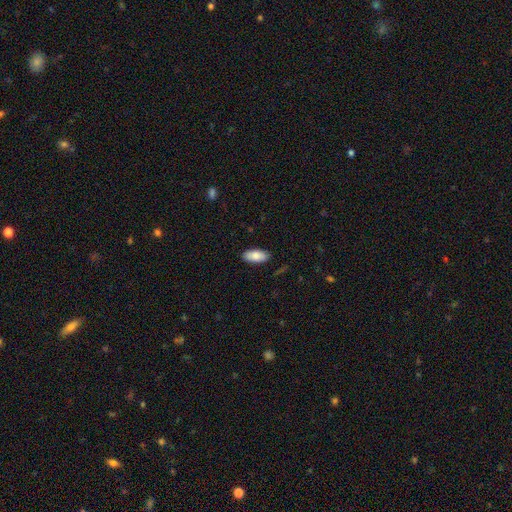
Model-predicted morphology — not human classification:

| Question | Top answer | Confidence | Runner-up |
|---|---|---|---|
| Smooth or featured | smooth | 84% | featured or disk (9%) |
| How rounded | in between | 90% | cigar-shaped (8%) |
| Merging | none | 88% | minor disturbance (9%) |